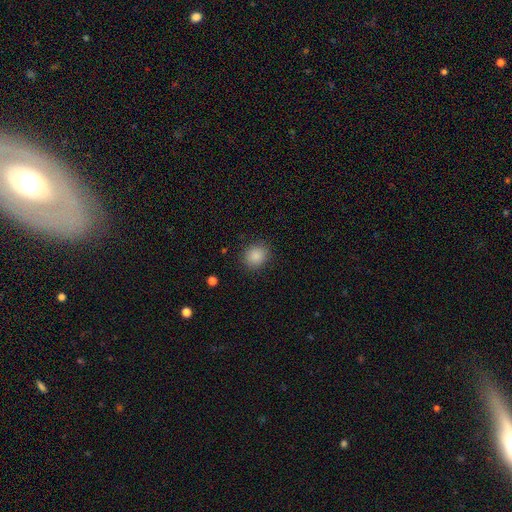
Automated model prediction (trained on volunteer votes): smooth 87%, star or artifact 9%, featured or disk 4%. Down the decision tree: how rounded — round (80%); merging — none (88%).